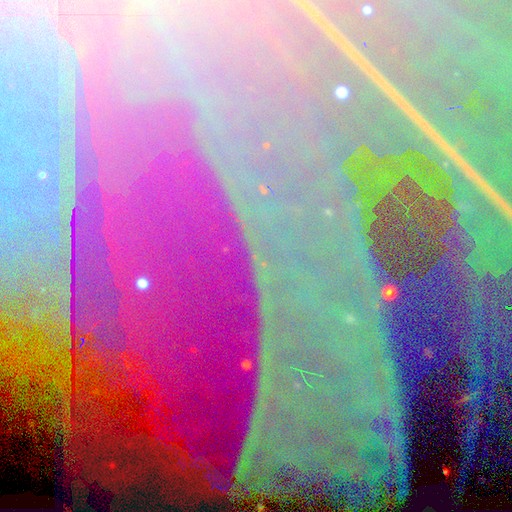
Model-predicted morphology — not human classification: Smooth or featured? Predicted: star or artifact (p=0.86).